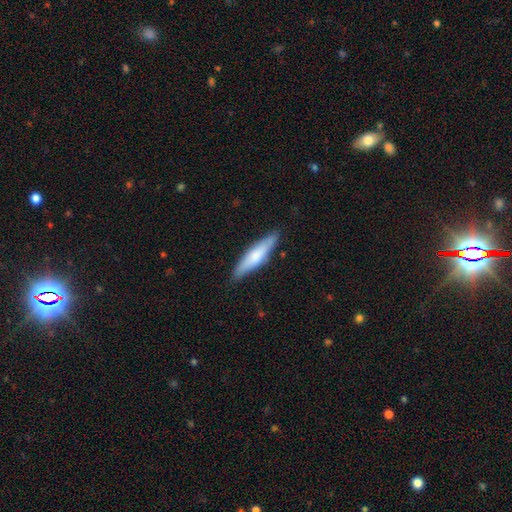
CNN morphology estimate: This is likely a smooth galaxy (63%). How rounded: likely cigar-shaped (79%). Merging: clearly none (85%).